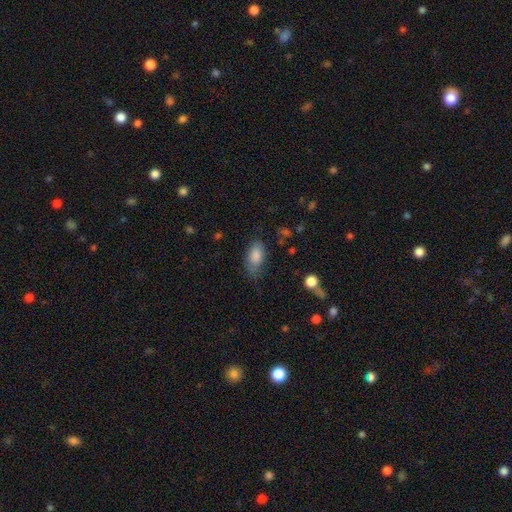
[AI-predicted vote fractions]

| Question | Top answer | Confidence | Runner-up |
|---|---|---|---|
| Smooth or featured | smooth | 83% | featured or disk (9%) |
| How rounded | in between | 91% | cigar-shaped (5%) |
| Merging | none | 63% | minor disturbance (26%) |